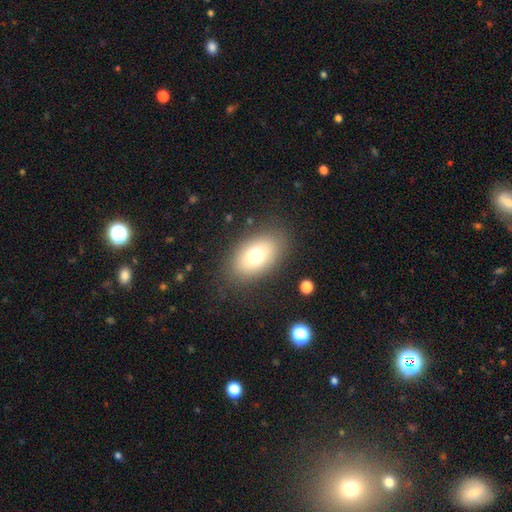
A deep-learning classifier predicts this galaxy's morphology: A smooth galaxy with no disk features (72%) that is in between round and cigar-shaped (87%).

Vote fractions:
- Smooth or featured? smooth: 72% / featured or disk: 18% / star or artifact: 10%
- How rounded? in between: 87% / round: 11% / cigar-shaped: 2%
- Merging? none: 83% / minor disturbance: 11% / major disturbance: 5% / merger: 1%